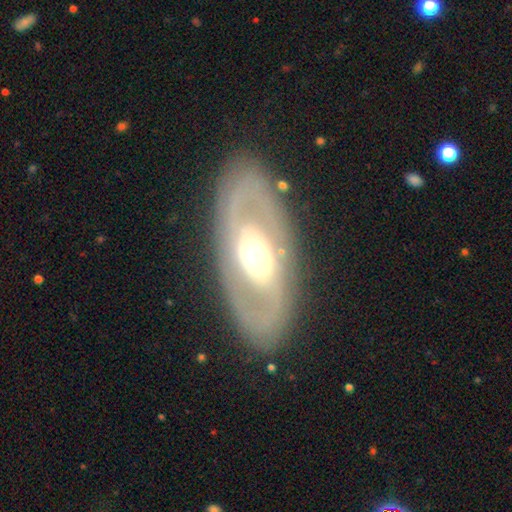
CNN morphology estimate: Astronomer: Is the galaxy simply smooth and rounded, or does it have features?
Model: featured or disk — 77%.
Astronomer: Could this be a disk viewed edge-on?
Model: no — 90%.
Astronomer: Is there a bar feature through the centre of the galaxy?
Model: no — 55%.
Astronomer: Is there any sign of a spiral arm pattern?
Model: yes — 59% (runner-up: no, 41%).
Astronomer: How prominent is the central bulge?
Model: moderate — 61%.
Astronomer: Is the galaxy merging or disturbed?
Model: none — 85%.